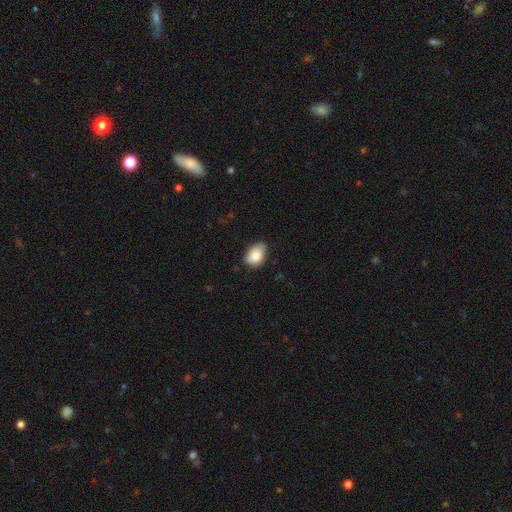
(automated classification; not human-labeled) Smooth or featured: smooth — 84% (featured or disk — 9%)
How rounded: in between — 81% (round — 17%)
Merging: none — 63% (minor disturbance — 31%)